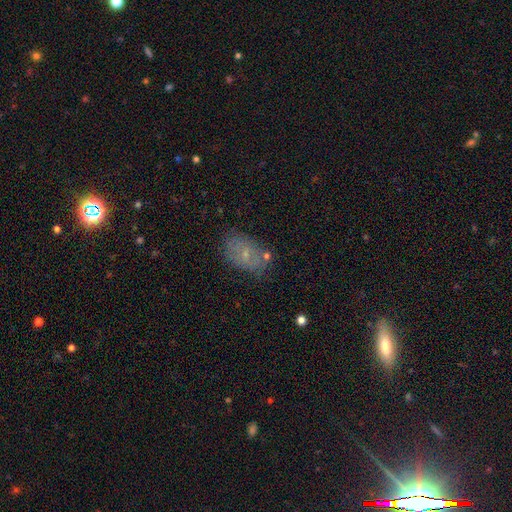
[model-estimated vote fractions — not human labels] Smooth or featured? Predicted: smooth (p=0.50). How rounded? Predicted: in between (p=0.86). Merging? Predicted: none (p=0.69).